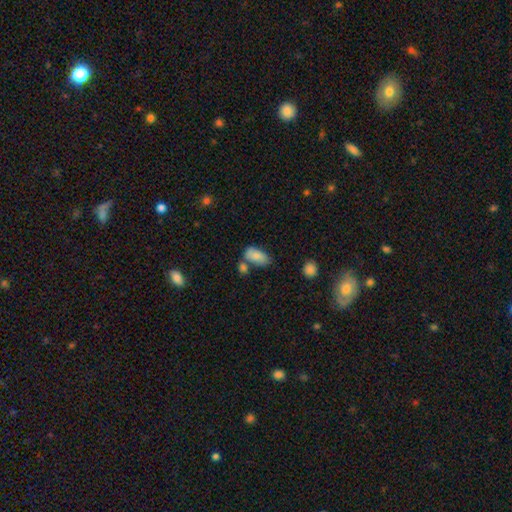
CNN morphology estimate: Smooth or featured? smooth (79%)
How rounded? in between (93%)
Merging? none (50%)